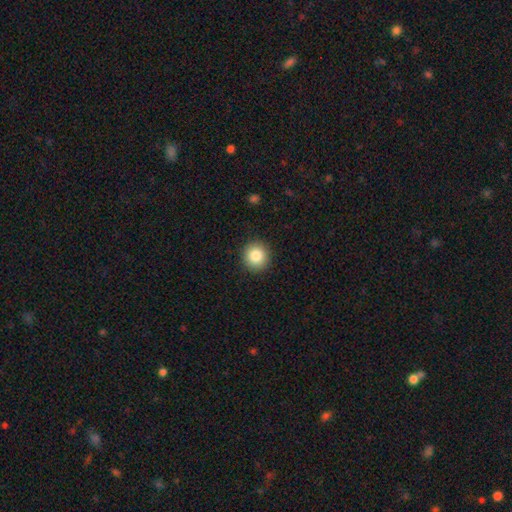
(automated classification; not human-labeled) A smooth galaxy with no disk features (84%) that is round (90%).

Vote fractions:
- Smooth or featured? smooth: 84% / star or artifact: 9% / featured or disk: 6%
- How rounded? round: 90% / in between: 9% / cigar-shaped: 1%
- Merging? none: 91% / minor disturbance: 6% / major disturbance: 2% / merger: 1%